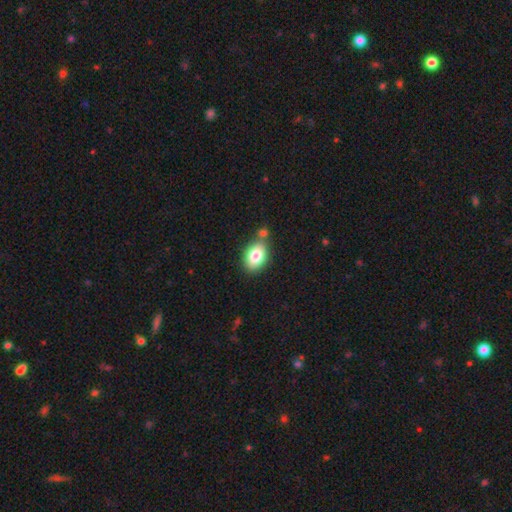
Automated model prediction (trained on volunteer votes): smooth_or_featured: smooth (p=0.81) [alt: featured or disk p=0.11]
how_rounded: in between (p=0.84) [alt: round p=0.15]
merging: none (p=0.68) [alt: merger p=0.16]